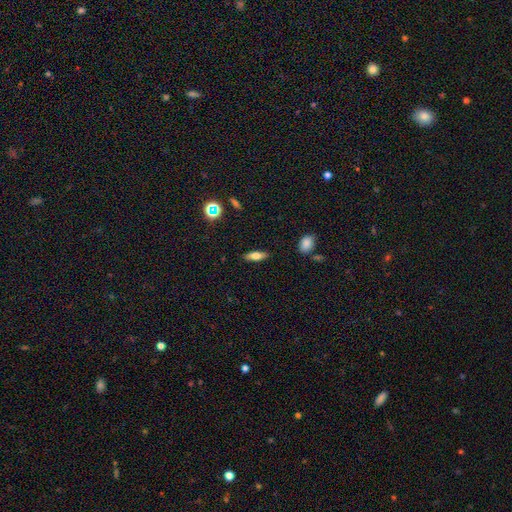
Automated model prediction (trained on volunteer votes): A smooth galaxy with no disk features (67%) that is in between round and cigar-shaped (61%).

Vote fractions:
- Smooth or featured? smooth: 67% / featured or disk: 23% / star or artifact: 9%
- How rounded? in between: 61% / cigar-shaped: 36% / round: 3%
- Merging? none: 87% / minor disturbance: 9% / major disturbance: 2% / merger: 1%